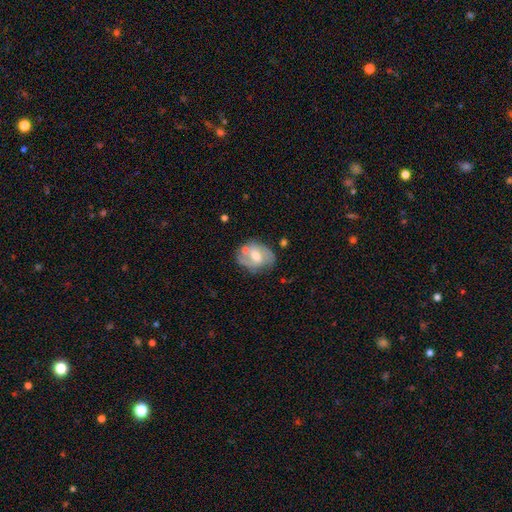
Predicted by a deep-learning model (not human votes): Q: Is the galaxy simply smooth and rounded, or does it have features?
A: featured or disk — 69%.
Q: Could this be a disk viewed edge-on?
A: no — 97%.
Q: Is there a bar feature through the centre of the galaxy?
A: weak — 49%.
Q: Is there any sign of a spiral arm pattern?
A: yes — 82%.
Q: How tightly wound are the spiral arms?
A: medium — 48%.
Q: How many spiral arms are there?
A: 2 — 71%.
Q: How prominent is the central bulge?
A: moderate — 66%.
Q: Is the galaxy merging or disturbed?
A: none — 60%.